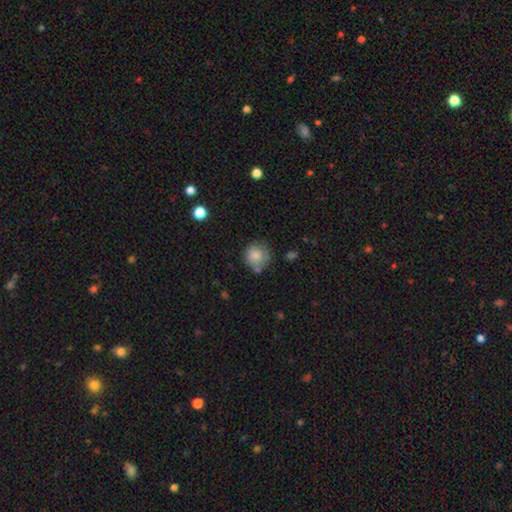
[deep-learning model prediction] Morphology: type=smooth (82%); roundness=round (91%); merging=none (69%).